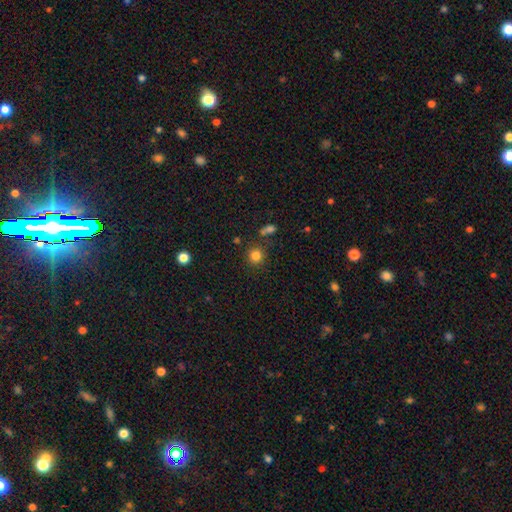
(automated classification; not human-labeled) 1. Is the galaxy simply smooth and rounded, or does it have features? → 82% smooth, 13% star or artifact, 5% featured or disk.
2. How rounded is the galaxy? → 90% round, 9% in between, 1% cigar-shaped.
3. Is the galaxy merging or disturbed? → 81% none, 10% minor disturbance, 6% merger, 4% major disturbance.